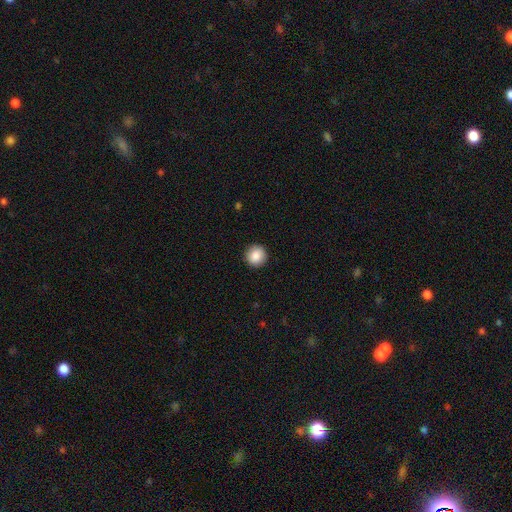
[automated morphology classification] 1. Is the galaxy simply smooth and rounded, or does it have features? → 87% smooth, 8% star or artifact, 5% featured or disk.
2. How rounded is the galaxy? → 94% round, 5% in between, 1% cigar-shaped.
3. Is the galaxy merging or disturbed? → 92% none, 5% minor disturbance, 2% major disturbance, 1% merger.